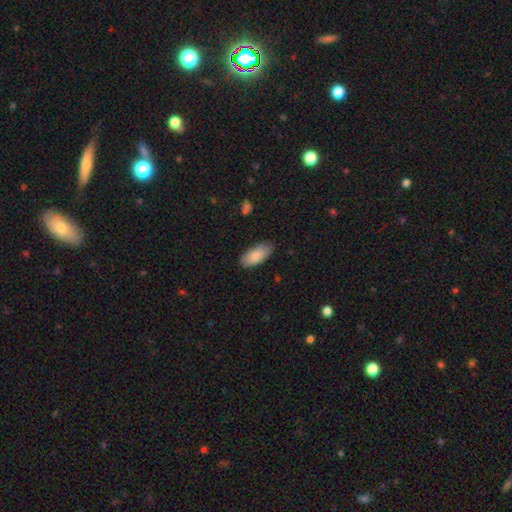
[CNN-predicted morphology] type=smooth (86%); roundness=in between (89%); merging=none (81%).